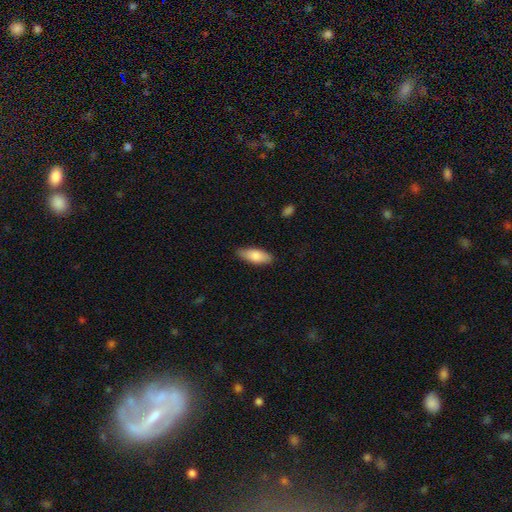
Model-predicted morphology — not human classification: smooth_or_featured: smooth (p=0.83) [alt: featured or disk p=0.12]
how_rounded: in between (p=0.75) [alt: cigar-shaped p=0.23]
merging: none (p=0.84) [alt: minor disturbance p=0.13]